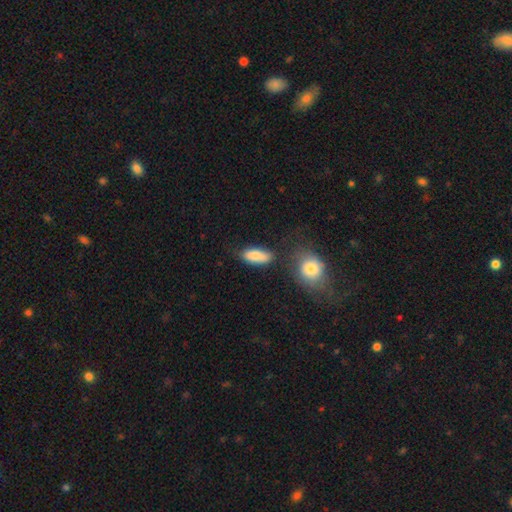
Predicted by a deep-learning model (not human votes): smooth 86%, featured or disk 8%, star or artifact 7%. Down the decision tree: how rounded — in between (80%); merging — none (65%).